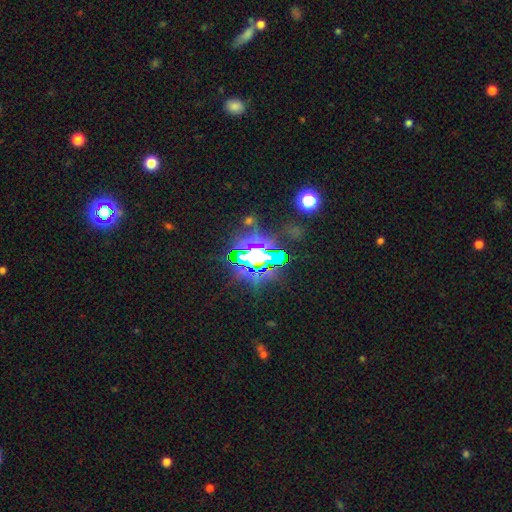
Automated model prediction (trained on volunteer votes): Overall: star or artifact (71%).